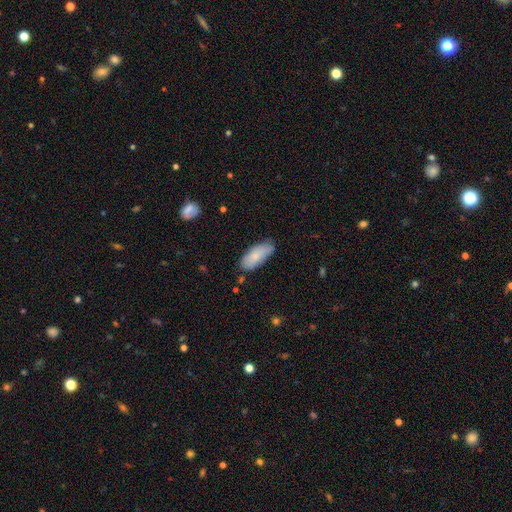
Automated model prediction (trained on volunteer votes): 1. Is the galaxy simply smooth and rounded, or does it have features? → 82% smooth, 12% featured or disk, 6% star or artifact.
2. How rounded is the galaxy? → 82% in between, 16% cigar-shaped, 2% round.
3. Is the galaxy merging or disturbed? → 72% none, 23% minor disturbance, 4% major disturbance, 2% merger.